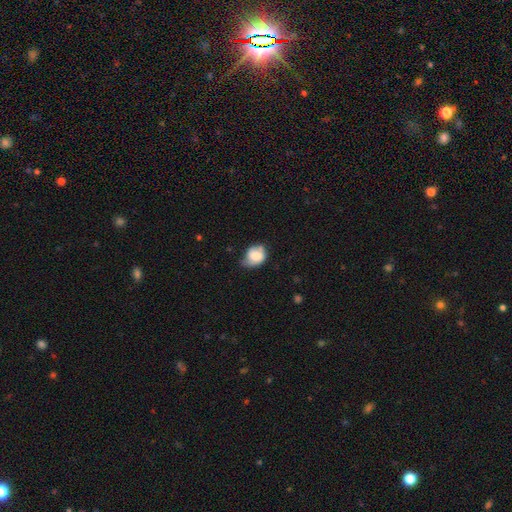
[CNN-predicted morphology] This appears to be a smooth galaxy with no disk features (67%) that is in between round and cigar-shaped (54%). Merging: minor disturbance (42%).